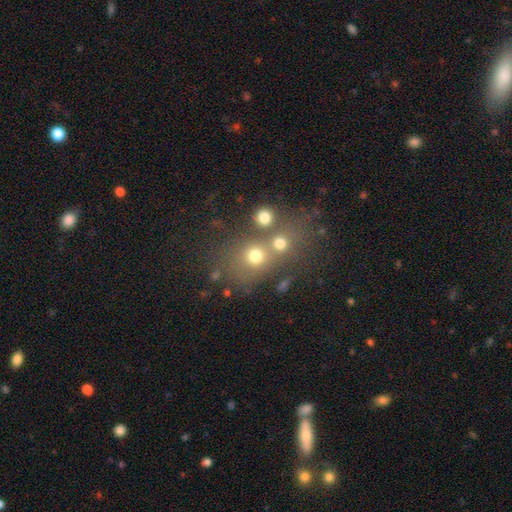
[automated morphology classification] Smooth or featured?
  - smooth: 56% *
  - star or artifact: 23%
  - featured or disk: 20%
How rounded?
  - round: 73% *
  - in between: 26%
  - cigar-shaped: 1%
Merging?
  - merger: 49% *
  - none: 37%
  - minor disturbance: 8%
  - major disturbance: 6%